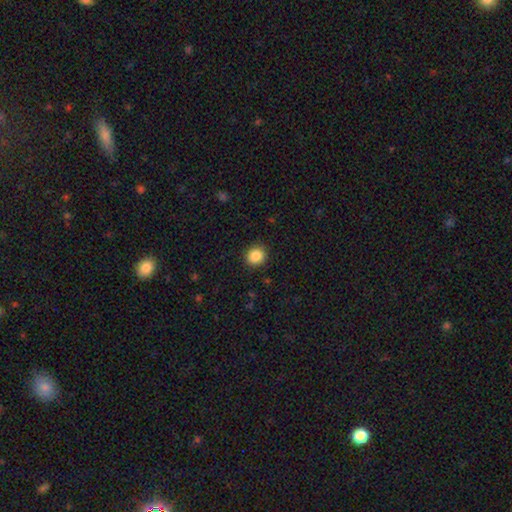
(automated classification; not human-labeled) Smooth or featured: smooth — 87% (star or artifact — 10%)
How rounded: round — 85% (in between — 14%)
Merging: none — 91% (minor disturbance — 6%)